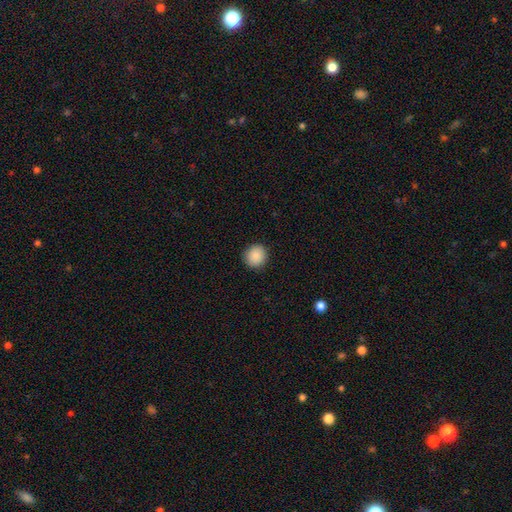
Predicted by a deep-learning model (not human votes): A smooth galaxy with no disk features (88%) that is round (92%).

Vote fractions:
- Smooth or featured? smooth: 88% / star or artifact: 8% / featured or disk: 3%
- How rounded? round: 92% / in between: 7% / cigar-shaped: 1%
- Merging? none: 92% / minor disturbance: 6% / major disturbance: 2% / merger: 1%